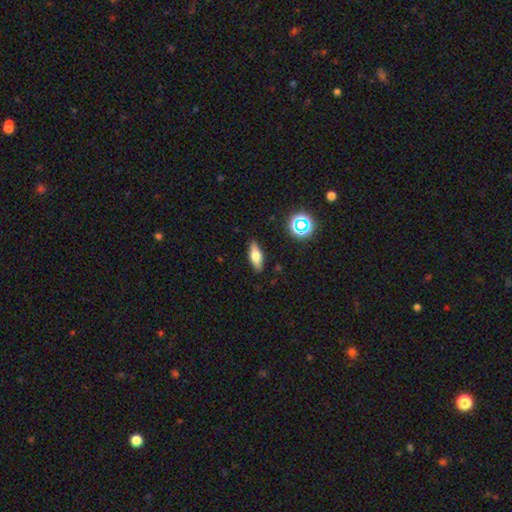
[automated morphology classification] Q: Smooth or featured?
A: smooth (56%); runner-up: featured or disk (34%)
Q: How rounded?
A: in between (63%); runner-up: cigar-shaped (32%)
Q: Merging?
A: none (88%); runner-up: minor disturbance (9%)